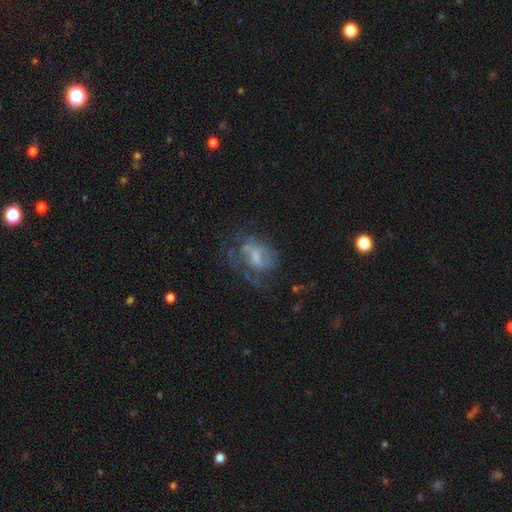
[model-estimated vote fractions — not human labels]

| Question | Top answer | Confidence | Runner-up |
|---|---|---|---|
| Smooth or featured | featured or disk | 61% | smooth (28%) |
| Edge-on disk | no | 97% | yes (3%) |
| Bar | no | 49% | weak (41%) |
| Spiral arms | yes | 52% | no (48%) |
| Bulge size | small | 36% | moderate (33%) |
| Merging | none | 40% | major disturbance (34%) |